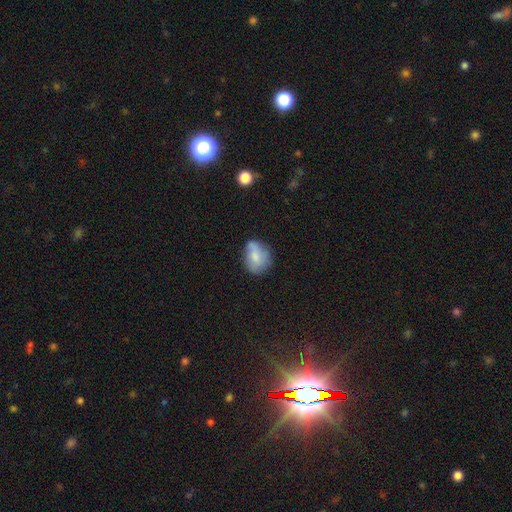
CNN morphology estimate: Smooth or featured? smooth (69%)
How rounded? in between (57%)
Merging? none (52%)